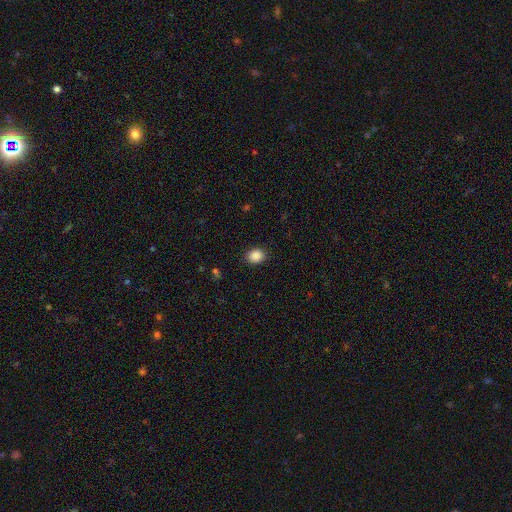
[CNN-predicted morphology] This is clearly a smooth galaxy (88%). How rounded: likely round (60%). Merging: clearly none (88%).